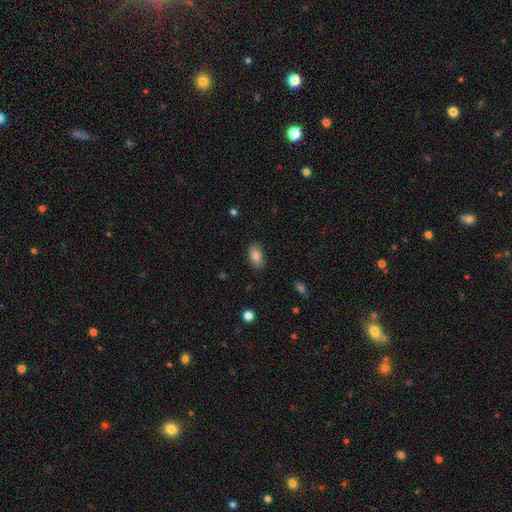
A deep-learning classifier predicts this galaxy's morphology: This is clearly a smooth galaxy (83%). How rounded: clearly in between (90%). Merging: clearly none (85%).